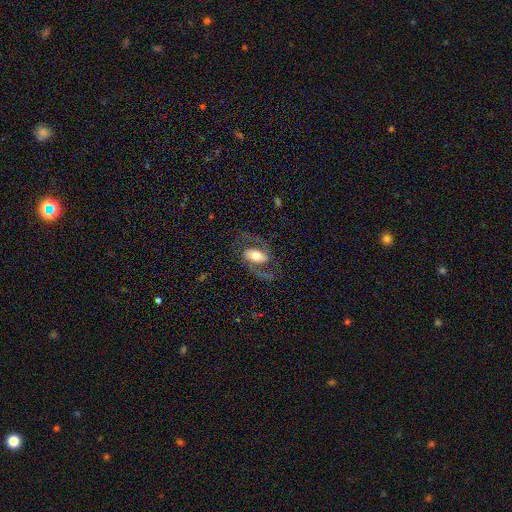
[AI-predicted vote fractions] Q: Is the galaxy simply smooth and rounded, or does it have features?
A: featured or disk — 76%.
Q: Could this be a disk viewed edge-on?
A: no — 95%.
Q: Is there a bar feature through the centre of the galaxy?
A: no — 38%.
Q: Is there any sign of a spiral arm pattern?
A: yes — 88%.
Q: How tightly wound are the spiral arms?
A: medium — 51%.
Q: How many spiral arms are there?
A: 2 — 91%.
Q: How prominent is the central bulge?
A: moderate — 60%.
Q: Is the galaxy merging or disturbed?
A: none — 70%.